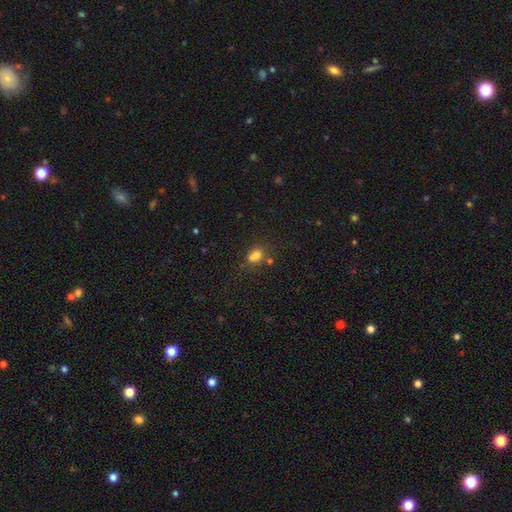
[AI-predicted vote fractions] smooth 70%, star or artifact 18%, featured or disk 13%. Down the decision tree: how rounded — round (52%); merging — none (42%).